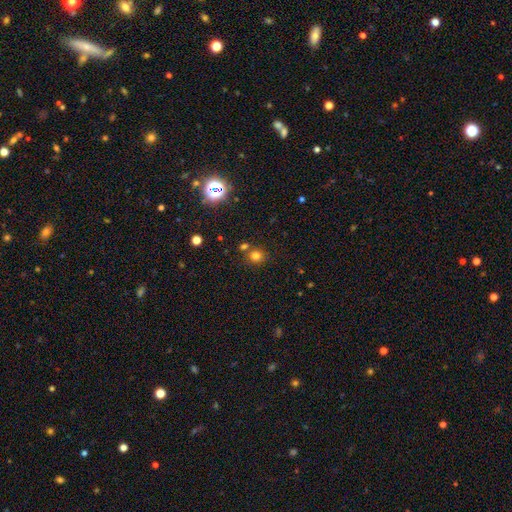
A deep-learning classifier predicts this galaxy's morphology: Smooth or featured? smooth (75%)
How rounded? round (86%)
Merging? none (74%)